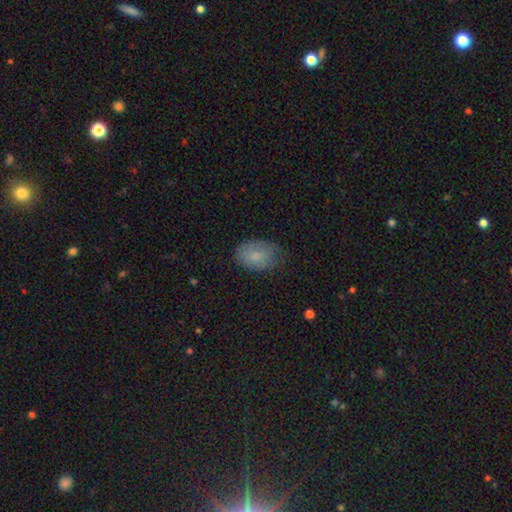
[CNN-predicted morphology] smooth-or-featured: smooth: 79% | featured or disk: 13% | star or artifact: 8%
  how-rounded: in between: 84% | round: 15% | cigar-shaped: 1%
  merging: none: 68% | minor disturbance: 25% | major disturbance: 6% | merger: 1%